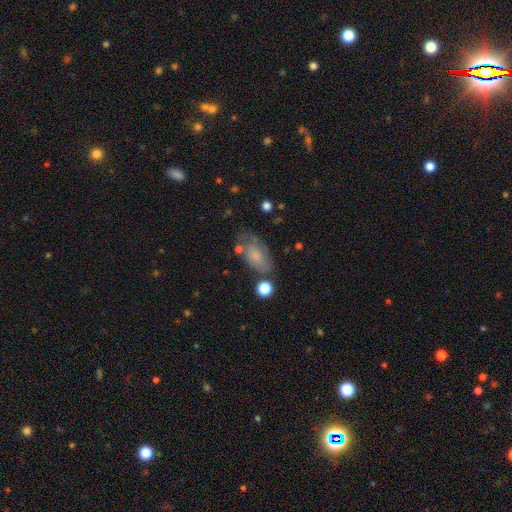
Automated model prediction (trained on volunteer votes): A smooth galaxy with no disk features (62%) that is in between round and cigar-shaped (89%). Merging: none (48%).